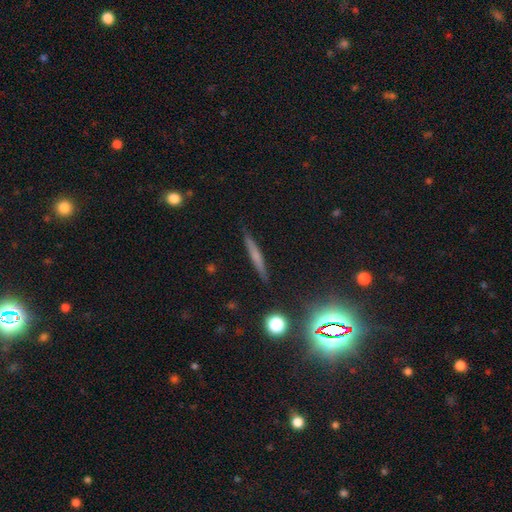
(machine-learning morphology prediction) Overall: smooth (51%; featured or disk 37%). How rounded: cigar-shaped (93%). Merging: none (89%).